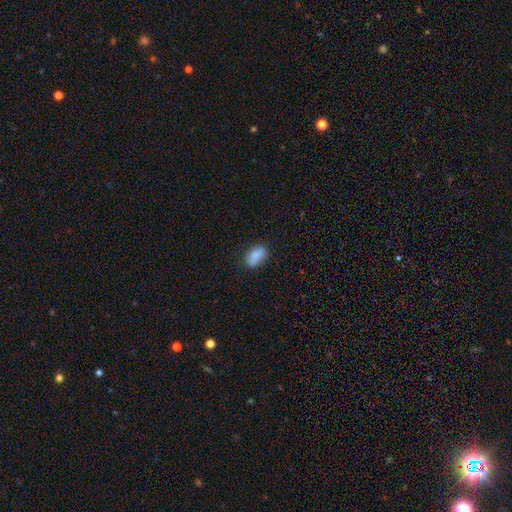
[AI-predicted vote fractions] This is clearly a smooth galaxy (86%). How rounded: clearly in between (89%). Merging: likely none (75%).